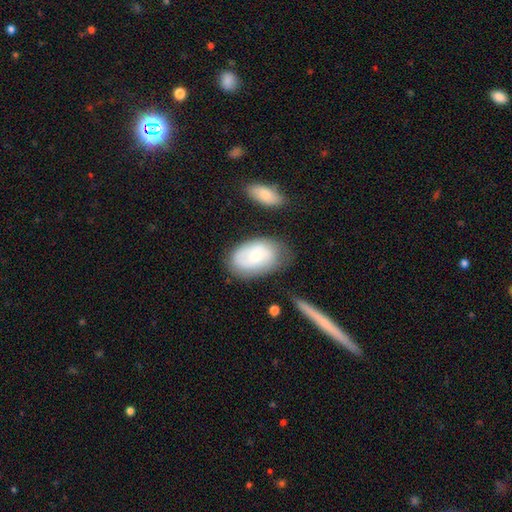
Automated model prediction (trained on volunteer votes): Smooth or featured: smooth — 59% (featured or disk — 34%)
How rounded: in between — 89% (round — 10%)
Merging: none — 65% (minor disturbance — 23%)